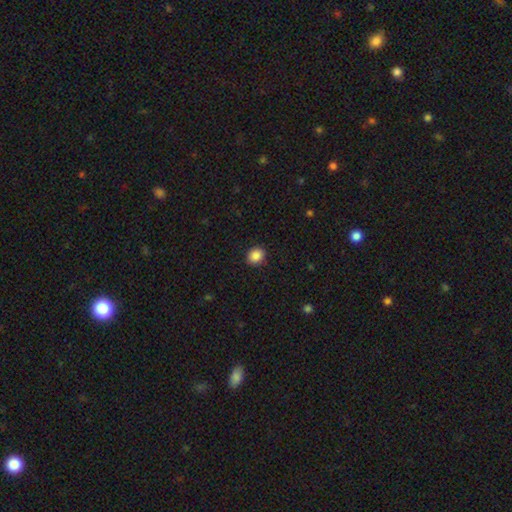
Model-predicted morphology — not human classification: type=smooth (87%); roundness=round (71%); merging=none (90%).